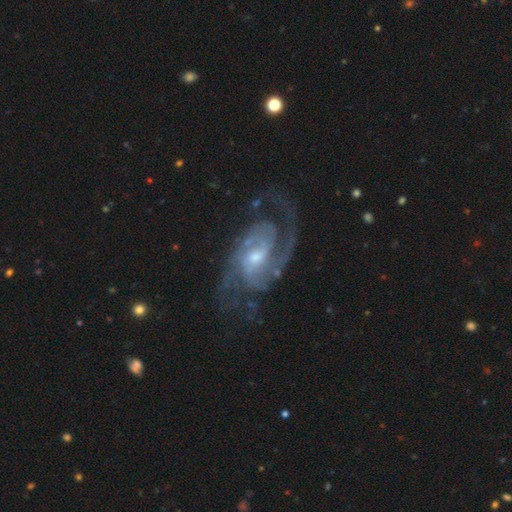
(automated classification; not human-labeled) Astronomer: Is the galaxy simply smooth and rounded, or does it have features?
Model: featured or disk — 90%.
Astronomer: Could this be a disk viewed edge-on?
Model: no — 97%.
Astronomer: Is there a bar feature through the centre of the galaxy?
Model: weak — 48% (runner-up: no, 38%).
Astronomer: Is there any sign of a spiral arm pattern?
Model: yes — 98%.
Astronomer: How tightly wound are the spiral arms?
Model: medium — 48% (runner-up: tight, 41%).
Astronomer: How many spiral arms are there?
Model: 2 — 58%.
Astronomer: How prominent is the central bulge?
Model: small — 49% (runner-up: moderate, 45%).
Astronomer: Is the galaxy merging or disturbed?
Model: none — 71%.